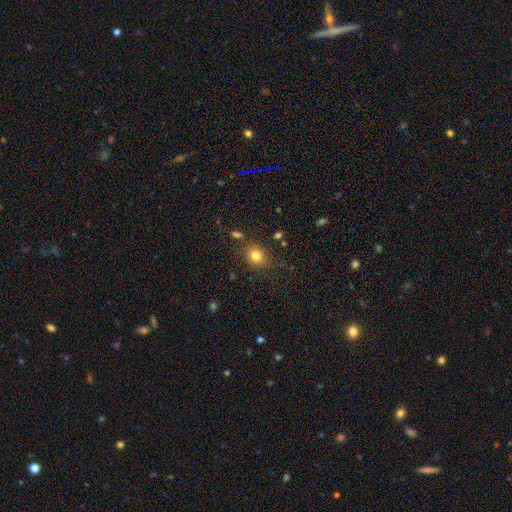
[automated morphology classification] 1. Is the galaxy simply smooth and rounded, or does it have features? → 79% smooth, 13% star or artifact, 8% featured or disk.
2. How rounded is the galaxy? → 65% round, 34% in between, 1% cigar-shaped.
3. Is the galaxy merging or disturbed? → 80% none, 12% minor disturbance, 4% merger, 4% major disturbance.